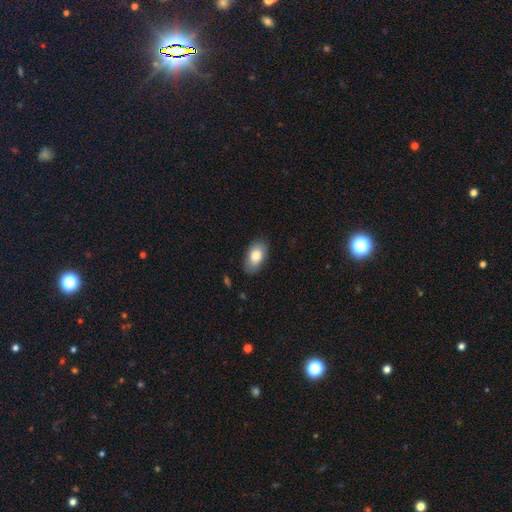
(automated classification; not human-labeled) Smooth or featured? Predicted: smooth (p=0.81). How rounded? Predicted: in between (p=0.93). Merging? Predicted: none (p=0.82).